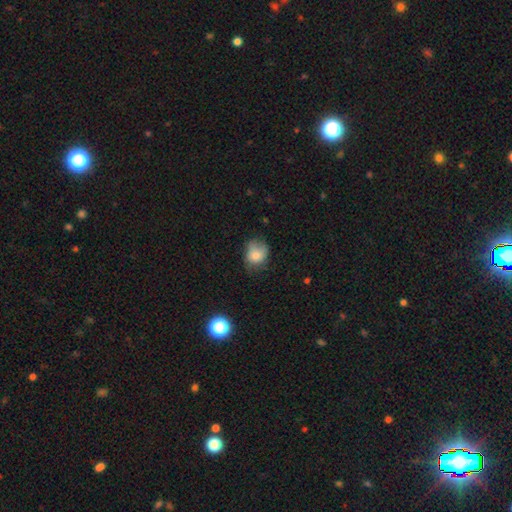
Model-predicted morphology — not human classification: Smooth or featured? Predicted: smooth (p=0.76). How rounded? Predicted: round (p=0.57). Merging? Predicted: none (p=0.50).